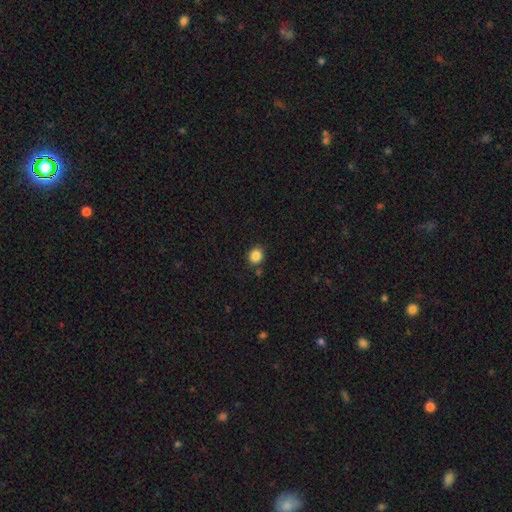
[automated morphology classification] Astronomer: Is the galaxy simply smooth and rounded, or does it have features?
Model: smooth — 86%.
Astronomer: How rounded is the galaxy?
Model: round — 79%.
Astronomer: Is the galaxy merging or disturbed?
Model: none — 83%.